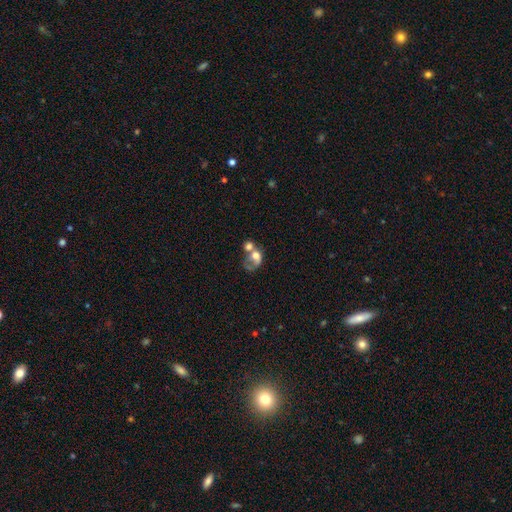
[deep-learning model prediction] A smooth galaxy with no disk features (49%). Merging: merger (60%).